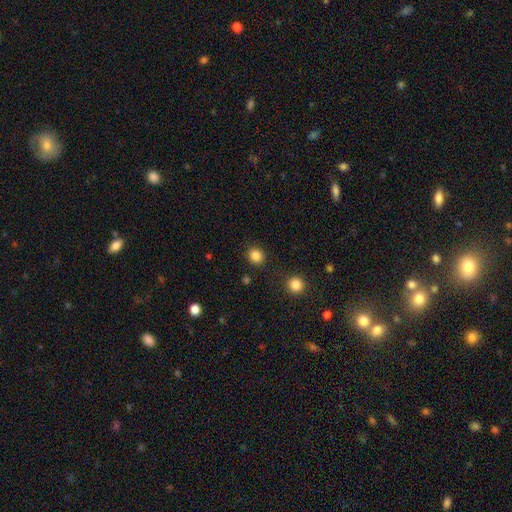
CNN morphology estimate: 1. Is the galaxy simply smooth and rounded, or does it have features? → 85% smooth, 12% star or artifact, 4% featured or disk.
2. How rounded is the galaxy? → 82% round, 18% in between, 1% cigar-shaped.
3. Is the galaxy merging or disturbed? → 88% none, 7% minor disturbance, 3% major disturbance, 2% merger.